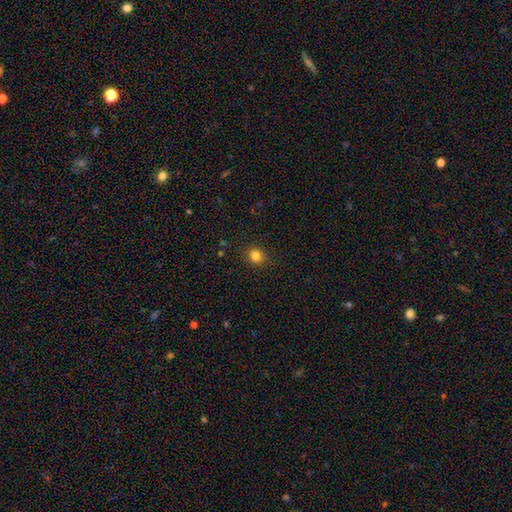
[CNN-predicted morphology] smooth_or_featured: smooth (p=0.83) [alt: star or artifact p=0.12]
how_rounded: round (p=0.82) [alt: in between p=0.17]
merging: none (p=0.89) [alt: minor disturbance p=0.08]